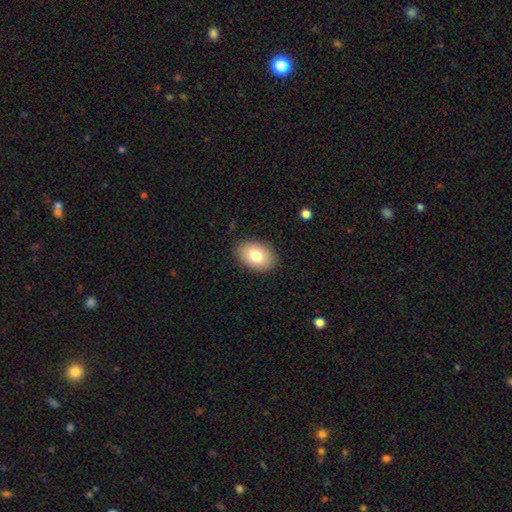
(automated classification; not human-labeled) This appears to be a smooth galaxy with no disk features (80%) that is in between round and cigar-shaped (82%). Merging: none (88%).